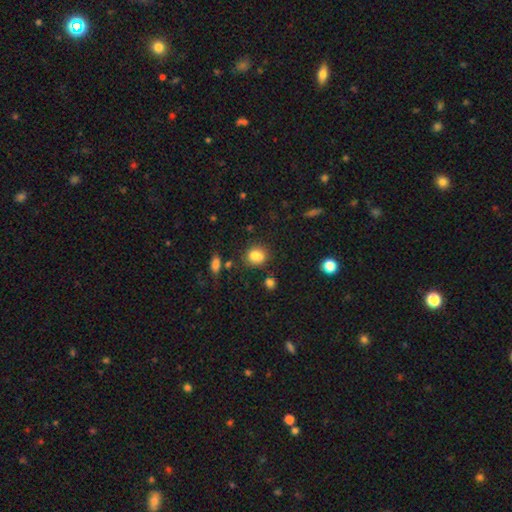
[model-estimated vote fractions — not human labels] smooth-or-featured: smooth: 77% | star or artifact: 12% | featured or disk: 11%
  how-rounded: round: 62% | in between: 36% | cigar-shaped: 1%
  merging: none: 51% | merger: 26% | minor disturbance: 16% | major disturbance: 6%